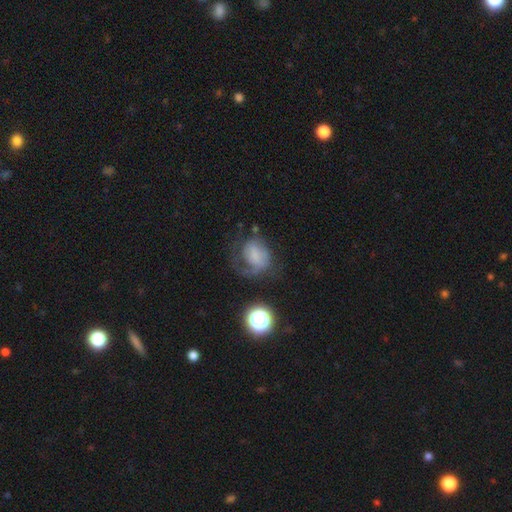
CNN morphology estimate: Overall: featured or disk (47%; smooth 41%). Merging: major disturbance (39%; none 35%).